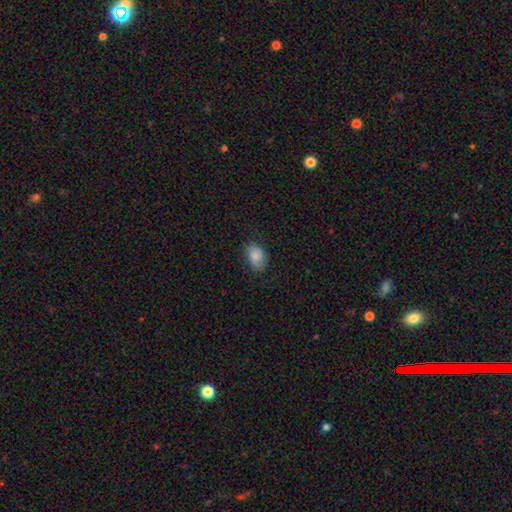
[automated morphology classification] This is clearly a smooth galaxy (85%). How rounded: clearly in between (84%). Merging: likely none (74%).